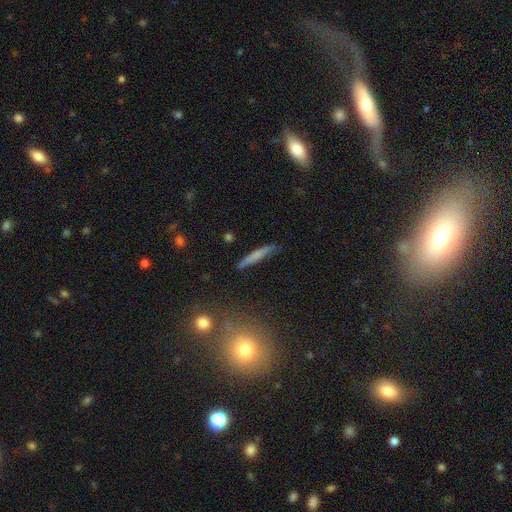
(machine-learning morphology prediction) A smooth galaxy with no disk features (66%) that is cigar-shaped (94%). Merging: none (82%).